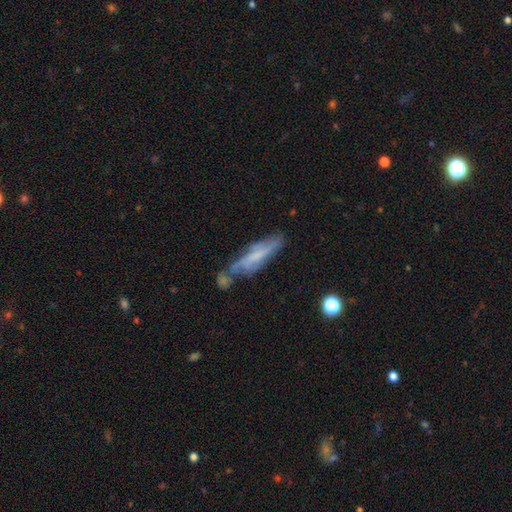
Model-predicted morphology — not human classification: type=featured or disk (56%); edge-on=no (56%); merging=none (47%).